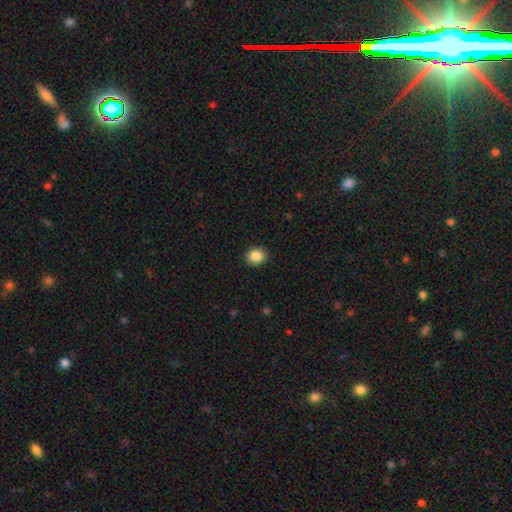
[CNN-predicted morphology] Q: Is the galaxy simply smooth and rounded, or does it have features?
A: smooth — 87%.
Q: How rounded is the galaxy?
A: round — 69%.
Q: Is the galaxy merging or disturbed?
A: none — 91%.